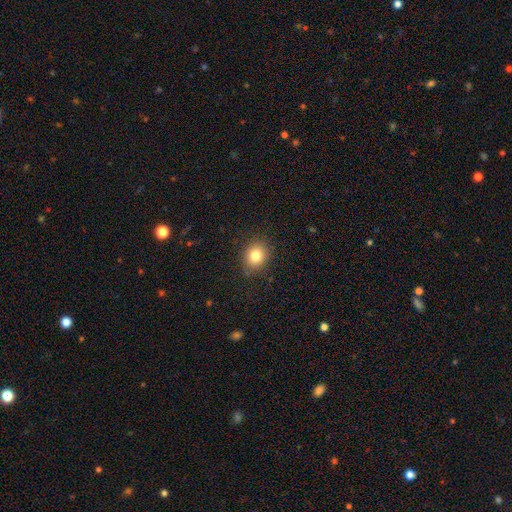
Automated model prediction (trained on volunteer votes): Smooth or featured?
  - smooth: 82% *
  - star or artifact: 11%
  - featured or disk: 7%
How rounded?
  - round: 66% *
  - in between: 33%
  - cigar-shaped: 1%
Merging?
  - none: 86% *
  - minor disturbance: 10%
  - major disturbance: 3%
  - merger: 1%